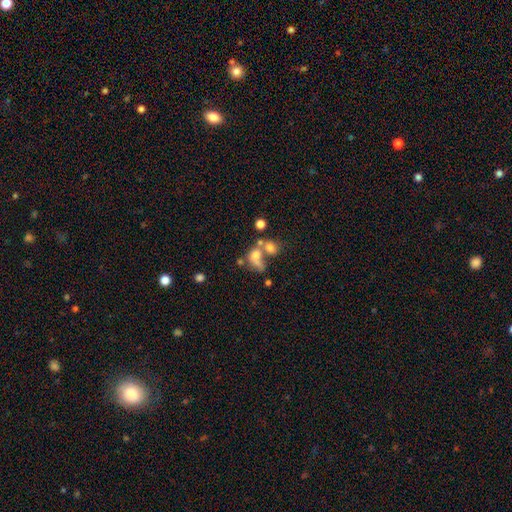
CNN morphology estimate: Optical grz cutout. It shows a smooth galaxy with no disk features (62%) that is in between round and cigar-shaped (53%). Merging: merger (54%).